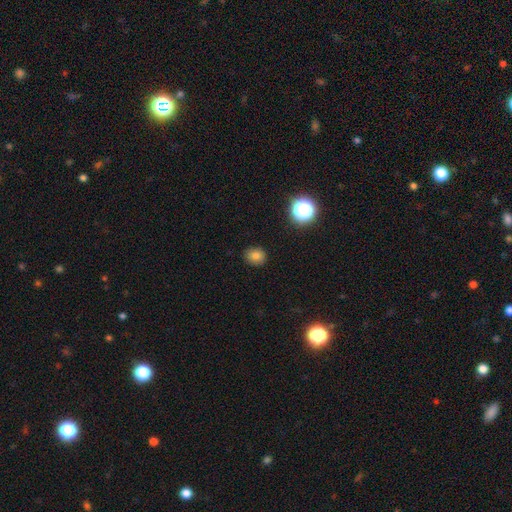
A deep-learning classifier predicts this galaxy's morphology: Smooth or featured? smooth (79%)
How rounded? round (70%)
Merging? none (89%)